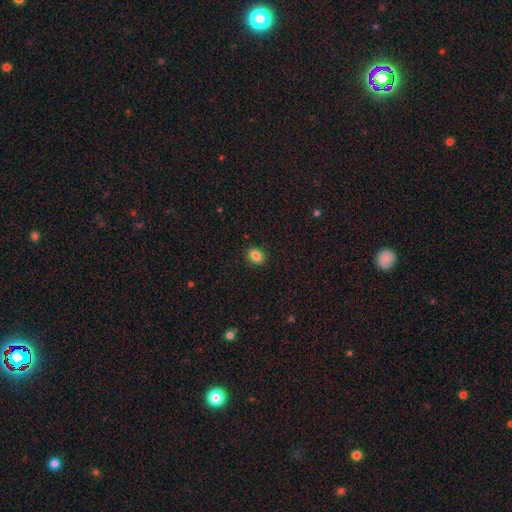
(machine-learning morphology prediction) This is clearly a smooth galaxy (85%). How rounded: likely in between (68%). Merging: clearly none (90%).